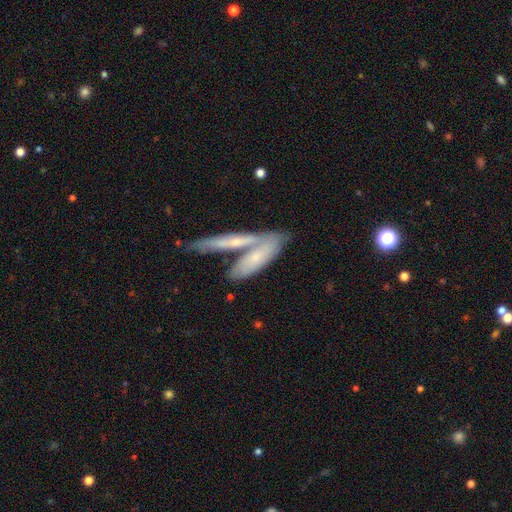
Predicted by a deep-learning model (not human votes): This appears to be a smooth galaxy with no disk features (53%) that is cigar-shaped (67%). Merging: merger (47%).